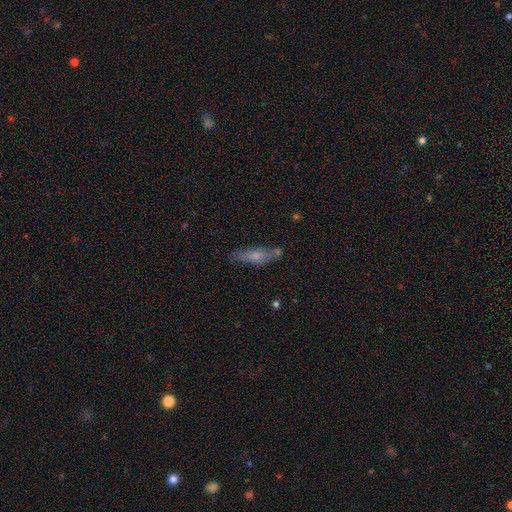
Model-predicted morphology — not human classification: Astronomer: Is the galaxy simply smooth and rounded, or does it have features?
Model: smooth — 61%.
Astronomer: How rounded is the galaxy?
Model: cigar-shaped — 59% (runner-up: in between, 38%).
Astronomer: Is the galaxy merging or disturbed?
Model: none — 68%.